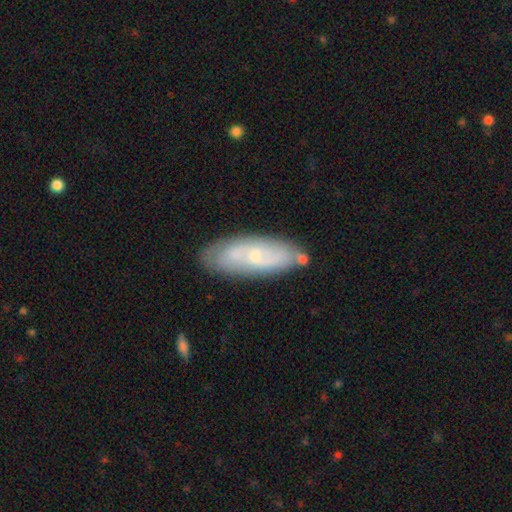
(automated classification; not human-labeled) smooth_or_featured: featured or disk (p=0.62) [alt: smooth p=0.31]
disk_edge_on: no (p=0.87) [alt: yes p=0.13]
bar: no (p=0.62) [alt: weak p=0.32]
has_spiral_arms: yes (p=0.79) [alt: no p=0.21]
bulge_size: small (p=0.68) [alt: moderate p=0.28]
merging: none (p=0.74) [alt: minor disturbance p=0.16]